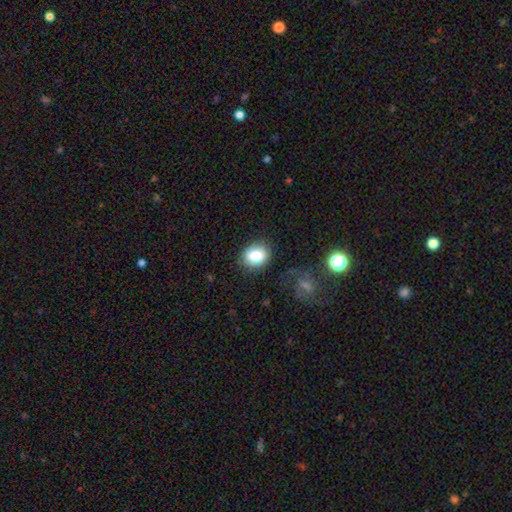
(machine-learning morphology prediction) type=smooth (83%); roundness=round (51%); merging=none (82%).